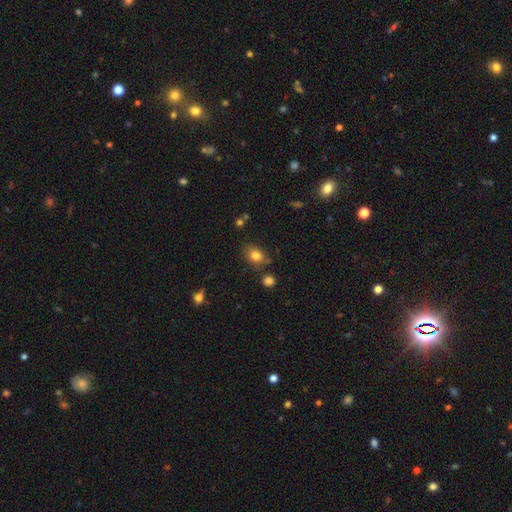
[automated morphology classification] This is clearly a smooth galaxy (81%). How rounded: likely in between (67%). Merging: likely none (73%).